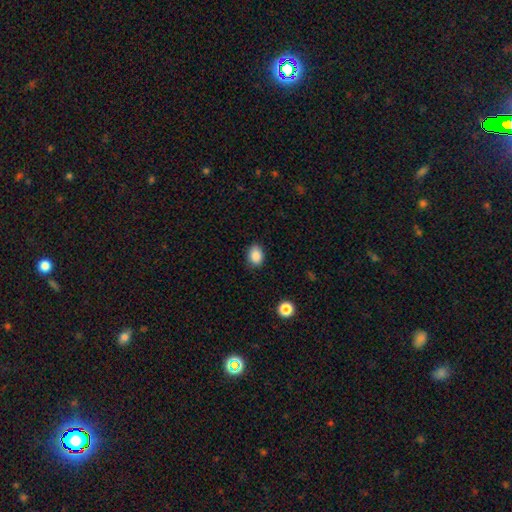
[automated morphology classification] Smooth or featured: smooth — 88% (star or artifact — 9%)
How rounded: in between — 69% (round — 30%)
Merging: none — 84% (minor disturbance — 12%)